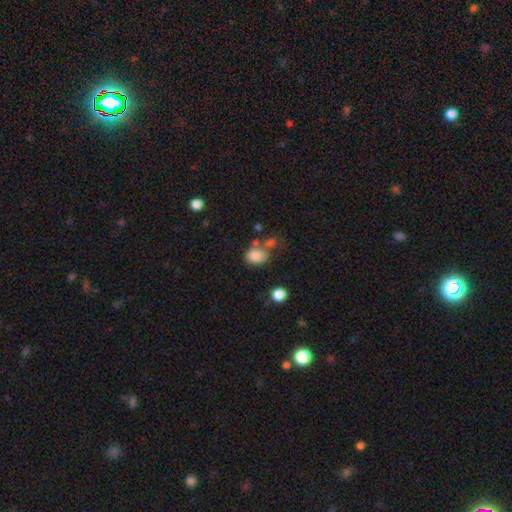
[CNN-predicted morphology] Smooth or featured: smooth — 82% (star or artifact — 10%)
How rounded: in between — 60% (round — 39%)
Merging: none — 52% (merger — 21%)